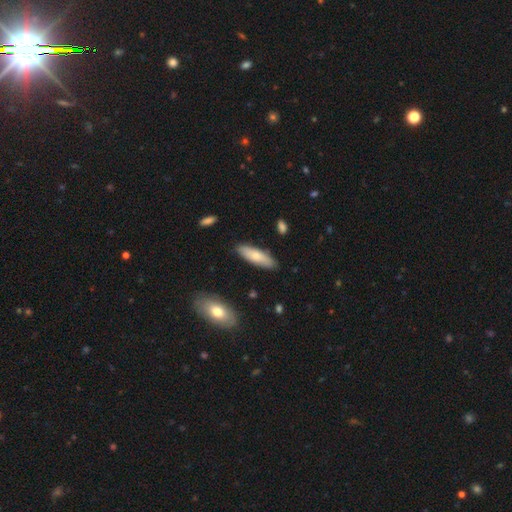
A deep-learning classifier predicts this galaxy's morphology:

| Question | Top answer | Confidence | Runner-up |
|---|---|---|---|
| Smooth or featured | smooth | 73% | featured or disk (21%) |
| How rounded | cigar-shaped | 52% | in between (46%) |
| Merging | none | 85% | minor disturbance (11%) |